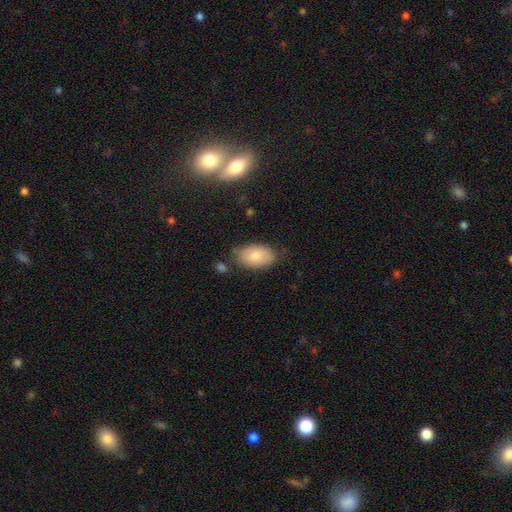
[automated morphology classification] Smooth or featured: smooth — 80% (featured or disk — 14%)
How rounded: in between — 93% (round — 5%)
Merging: none — 74% (minor disturbance — 19%)